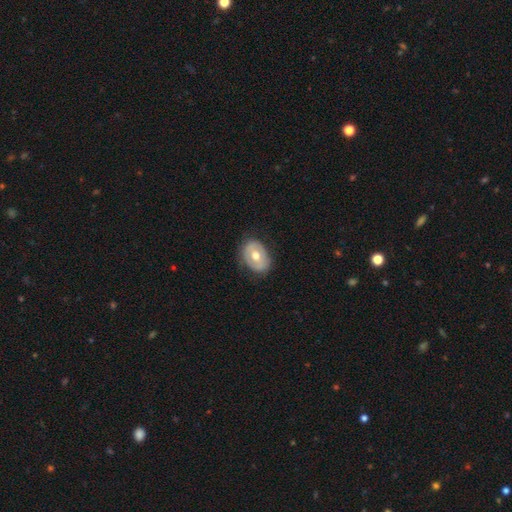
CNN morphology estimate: A smooth galaxy with no disk features (52%) that is in between round and cigar-shaped (68%). Merging: none (77%).